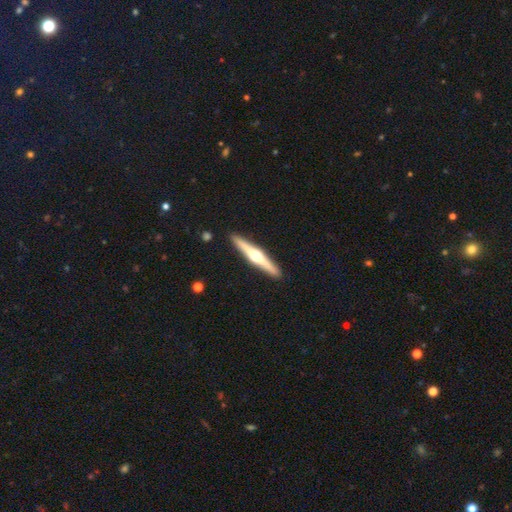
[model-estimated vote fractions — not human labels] Overall: featured or disk (74%). Edge-on disk: yes (98%). Edge-on bulge: rounded (95%). Merging: none (92%).